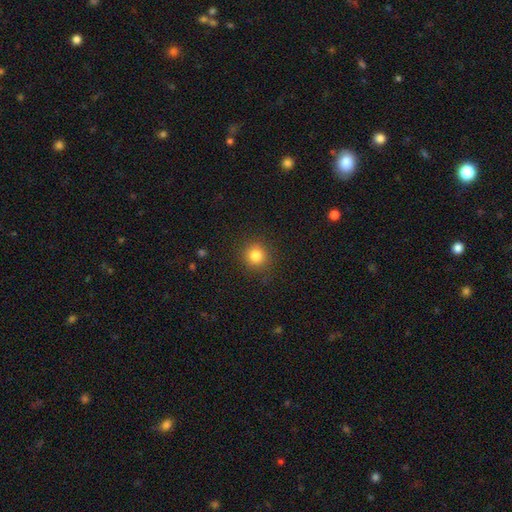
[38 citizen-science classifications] Overall: smooth (89%). How rounded: round (97%). Merging: none (86%).